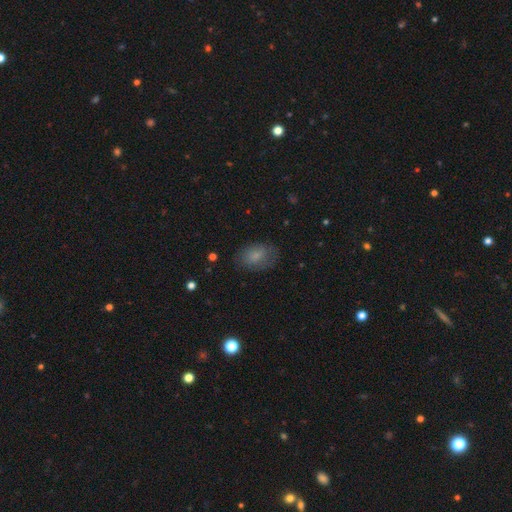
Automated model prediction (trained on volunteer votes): Overall: smooth (77%). How rounded: in between (82%). Merging: none (72%).